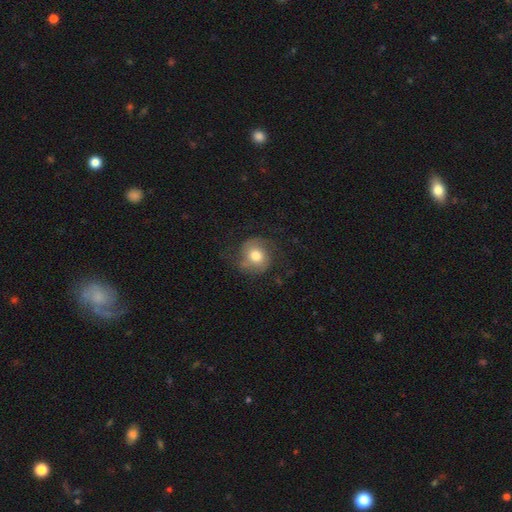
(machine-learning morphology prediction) The model was most divided on "smooth or featured": smooth: 53%, featured or disk: 38%, star or artifact: 8%. More confident: how rounded — round (80%); merging — none (62%).